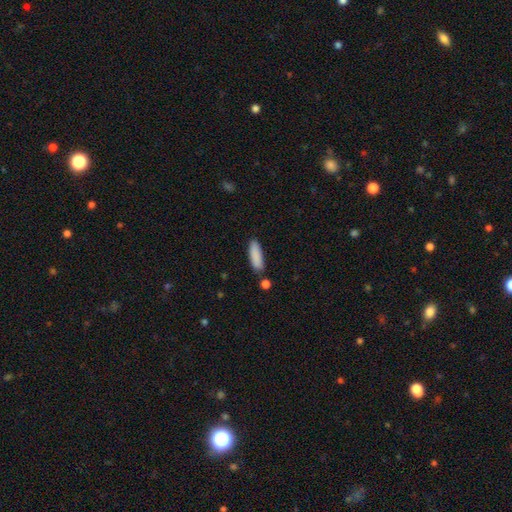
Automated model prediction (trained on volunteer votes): This appears to be a smooth galaxy with no disk features (87%) that is cigar-shaped (56%). Merging: none (79%).